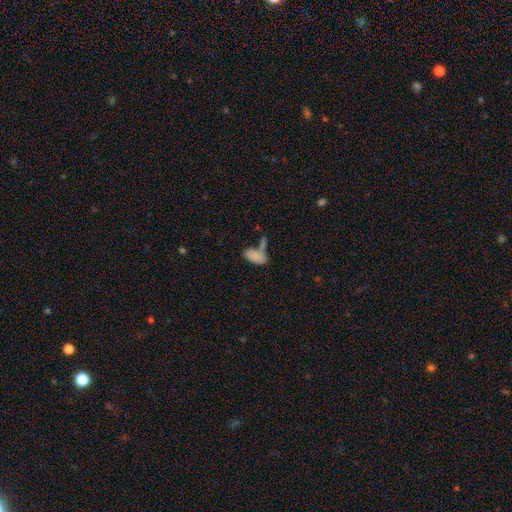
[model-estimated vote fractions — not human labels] Smooth or featured? Predicted: smooth (p=0.79). How rounded? Predicted: in between (p=0.88). Merging? Predicted: merger (p=0.41).